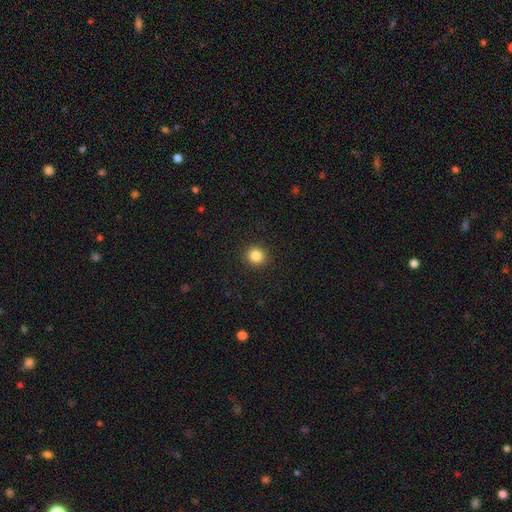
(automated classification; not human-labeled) A smooth galaxy with no disk features (85%) that is round (88%).

Vote fractions:
- Smooth or featured? smooth: 85% / star or artifact: 11% / featured or disk: 4%
- How rounded? round: 88% / in between: 11% / cigar-shaped: 1%
- Merging? none: 92% / minor disturbance: 5% / major disturbance: 2% / merger: 1%